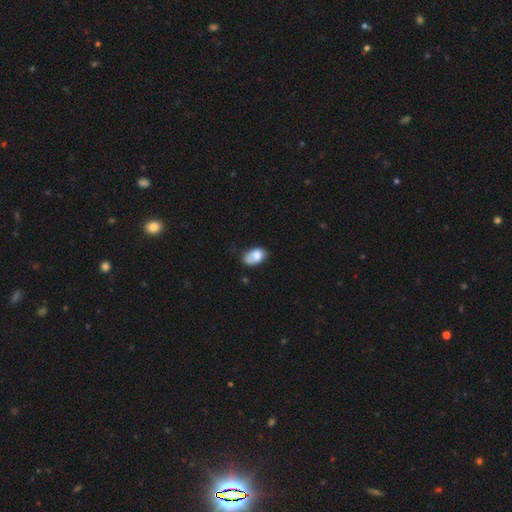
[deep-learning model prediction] smooth 77%, featured or disk 14%, star or artifact 8%. Down the decision tree: how rounded — in between (87%); merging — none (43%).